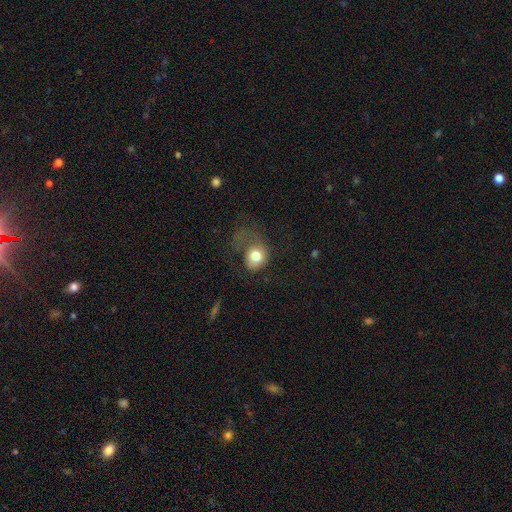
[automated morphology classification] smooth 73%, featured or disk 19%, star or artifact 9%. Down the decision tree: how rounded — round (60%); merging — major disturbance (49%).